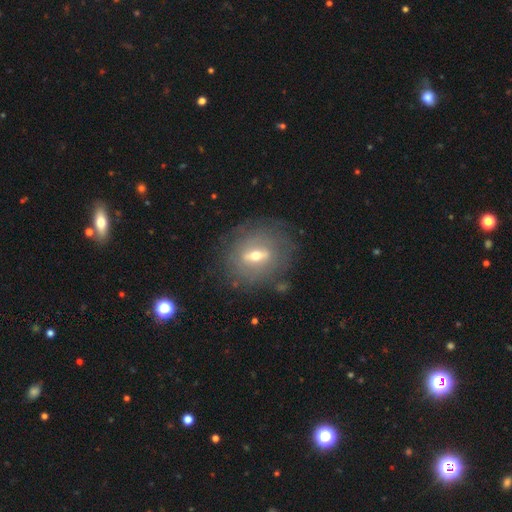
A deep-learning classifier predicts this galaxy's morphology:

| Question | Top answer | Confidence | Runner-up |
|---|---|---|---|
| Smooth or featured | featured or disk | 68% | smooth (23%) |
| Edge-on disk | no | 81% | yes (19%) |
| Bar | strong | 45% | weak (41%) |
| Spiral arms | no | 62% | yes (38%) |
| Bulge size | moderate | 60% | small (34%) |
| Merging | none | 76% | minor disturbance (15%) |